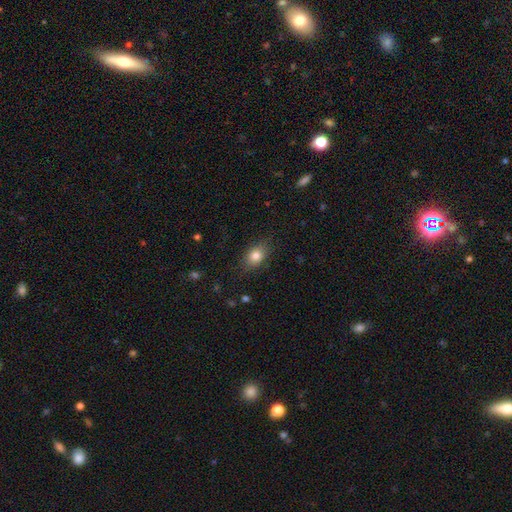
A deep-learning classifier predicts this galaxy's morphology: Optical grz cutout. It shows a smooth galaxy with no disk features (81%) that is in between round and cigar-shaped (75%). Merging: none (81%).